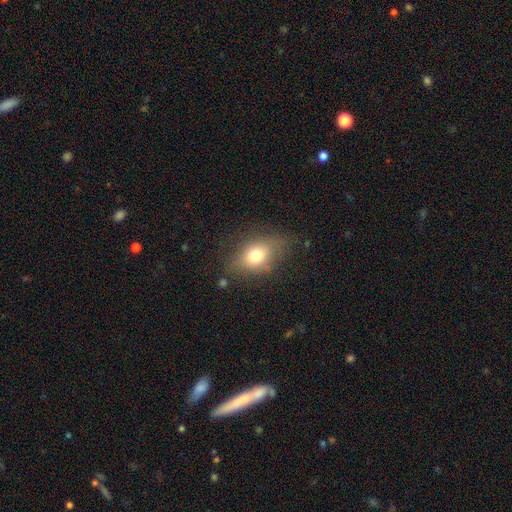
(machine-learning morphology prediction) Smooth or featured? Predicted: smooth (p=0.71). How rounded? Predicted: in between (p=0.72). Merging? Predicted: none (p=0.65).